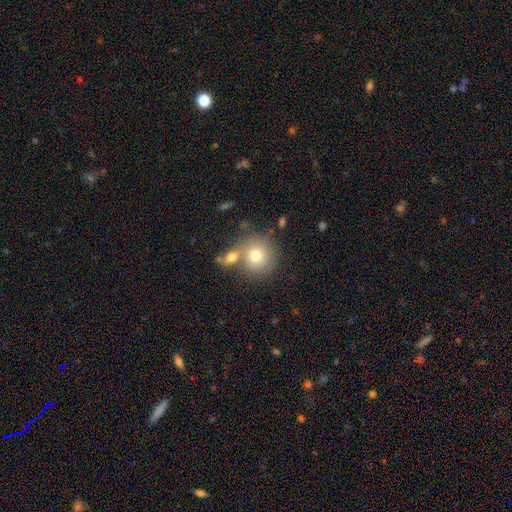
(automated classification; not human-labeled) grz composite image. It shows a smooth galaxy with no disk features (74%) that is round (90%). Merging: none (56%).